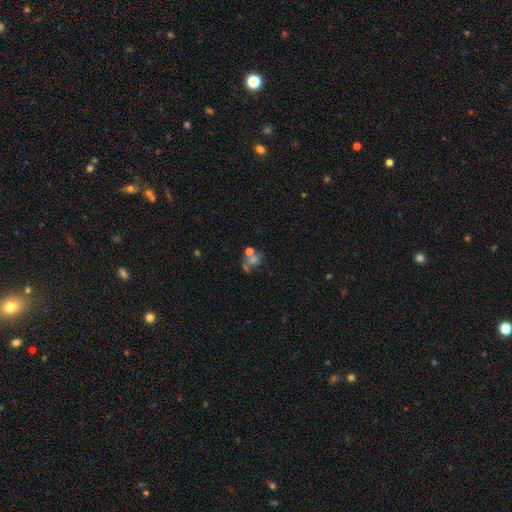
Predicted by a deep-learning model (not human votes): Overall: smooth (46%; featured or disk 33%). Merging: none (32%; merger 31%).